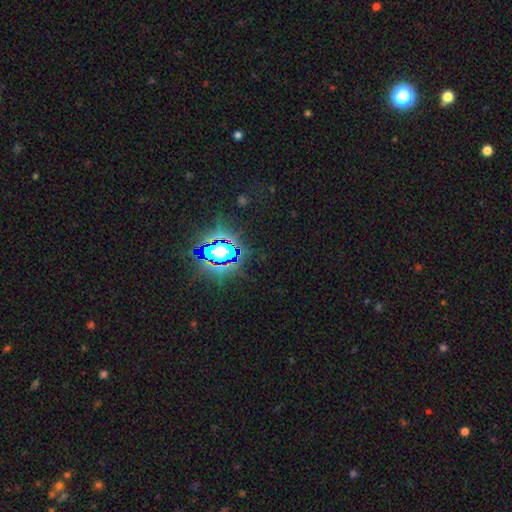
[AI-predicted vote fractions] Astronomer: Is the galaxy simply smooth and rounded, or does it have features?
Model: star or artifact — 83%.